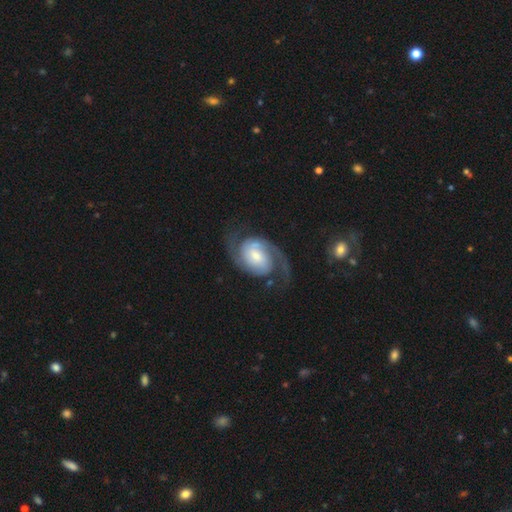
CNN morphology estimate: A featured or disk galaxy (89%) with no bar (50%), 2 (91%) medium (50%) spiral arms (98%) and a moderate central bulge (45%).

Vote fractions:
- Smooth or featured? featured or disk: 89% / smooth: 7% / star or artifact: 5%
- Edge-on disk? no: 98% / yes: 2%
- Bar? no: 50% / weak: 39% / strong: 11%
- Spiral arms? yes: 98% / no: 2%
- Spiral winding? medium: 50% / tight: 29% / loose: 22%
- Spiral arm count? 2: 91% / can't tell: 3% / 1: 2% / 3: 2% / 4: 1% / more than 4: 1%
- Bulge size? moderate: 45% / small: 34% / large: 13% / none: 5% / dominant: 2%
- Merging? none: 71% / minor disturbance: 15% / major disturbance: 12% / merger: 2%